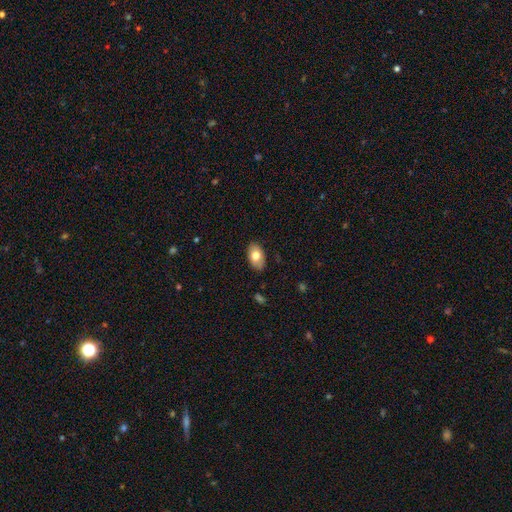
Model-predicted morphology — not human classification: This appears to be a smooth galaxy with no disk features (75%) that is in between round and cigar-shaped (93%). Merging: none (86%).